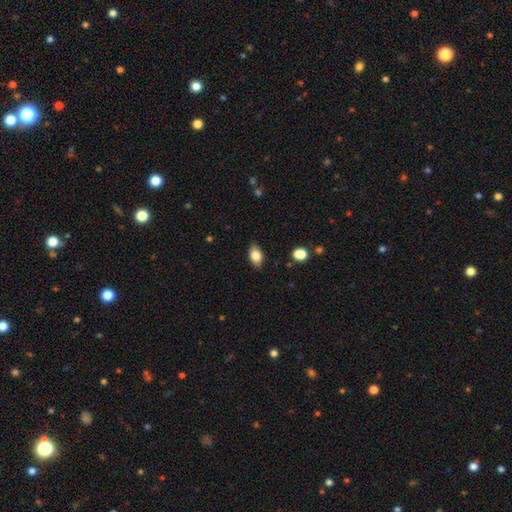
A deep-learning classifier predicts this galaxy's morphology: smooth_or_featured: smooth (p=0.83) [alt: featured or disk p=0.09]
how_rounded: in between (p=0.88) [alt: round p=0.10]
merging: none (p=0.85) [alt: minor disturbance p=0.11]